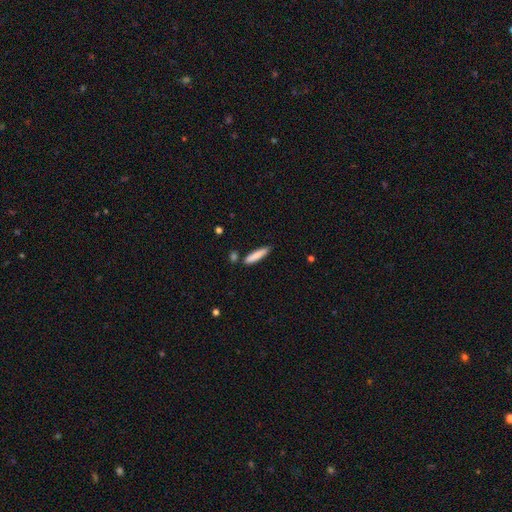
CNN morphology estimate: smooth 83%, featured or disk 11%, star or artifact 6%. Down the decision tree: how rounded — cigar-shaped (84%); merging — none (81%).